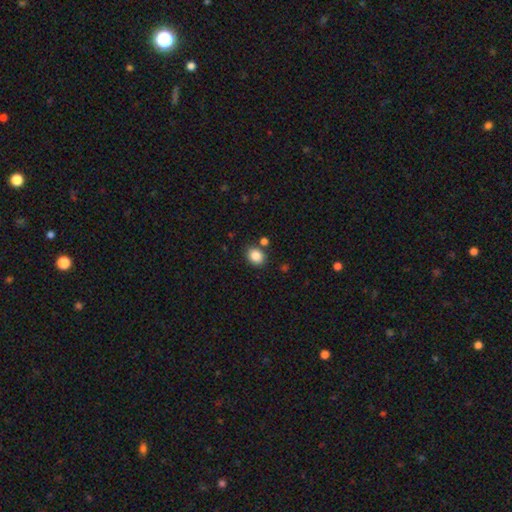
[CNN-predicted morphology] smooth_or_featured: smooth (p=0.86) [alt: star or artifact p=0.10]
how_rounded: round (p=0.58) [alt: in between p=0.42]
merging: none (p=0.80) [alt: minor disturbance p=0.09]